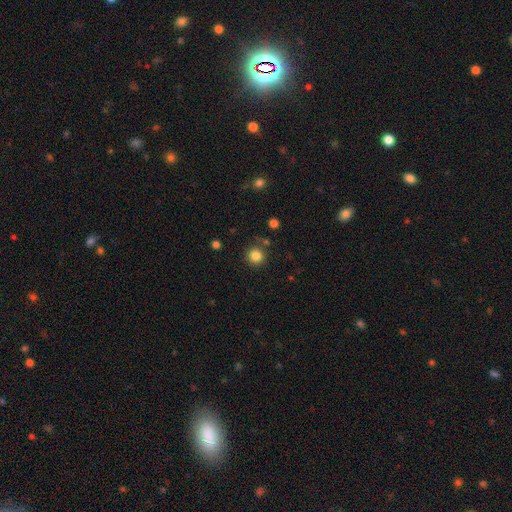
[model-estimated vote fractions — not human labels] Smooth or featured: smooth — 83% (star or artifact — 12%)
How rounded: round — 93% (in between — 6%)
Merging: none — 84% (minor disturbance — 9%)